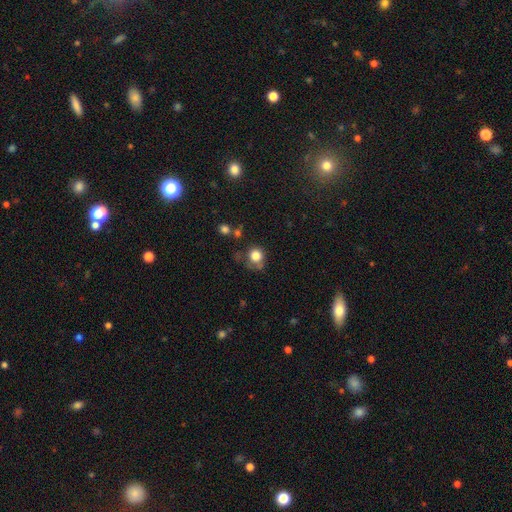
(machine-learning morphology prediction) Overall: smooth (80%). How rounded: round (84%). Merging: none (55%; minor disturbance 25%).